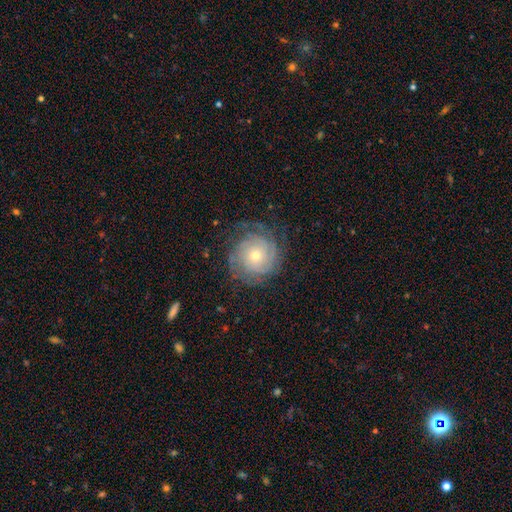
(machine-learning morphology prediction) Smooth or featured: featured or disk — 76% (smooth — 16%)
Edge-on disk: no — 97% (yes — 3%)
Bar: no — 81% (weak — 16%)
Spiral arms: yes — 93% (no — 7%)
Spiral winding: tight — 76% (medium — 19%)
Spiral arm count: can't tell — 41% (3 — 18%)
Bulge size: small — 50% (moderate — 45%)
Merging: none — 75% (minor disturbance — 15%)